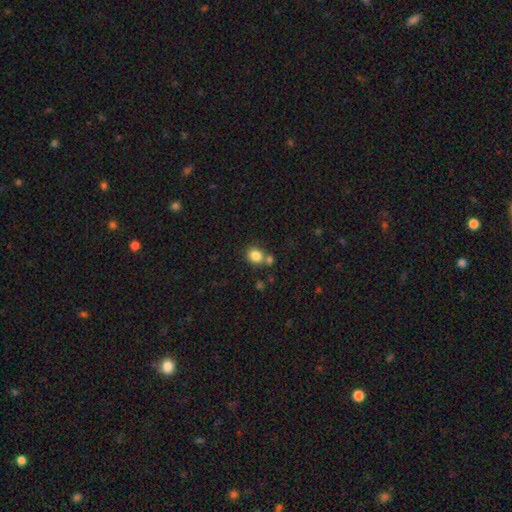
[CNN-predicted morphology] Overall: smooth (83%). How rounded: round (69%; in between 30%). Merging: none (62%; merger 23%).